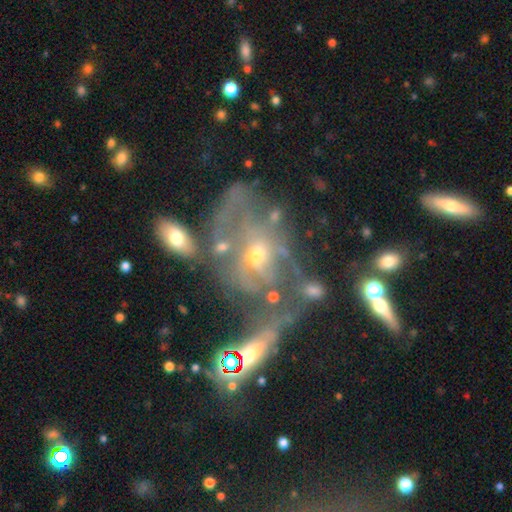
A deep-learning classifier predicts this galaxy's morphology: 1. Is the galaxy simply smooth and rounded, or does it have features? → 63% featured or disk, 23% smooth, 14% star or artifact.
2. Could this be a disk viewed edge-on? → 94% no, 6% yes.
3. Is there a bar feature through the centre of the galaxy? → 69% no, 23% weak, 8% strong.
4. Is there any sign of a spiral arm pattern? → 54% yes, 46% no.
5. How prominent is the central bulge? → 54% small, 36% moderate, 4% none, 3% large, 2% dominant.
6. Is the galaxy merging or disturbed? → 36% merger, 27% major disturbance, 23% none, 14% minor disturbance.